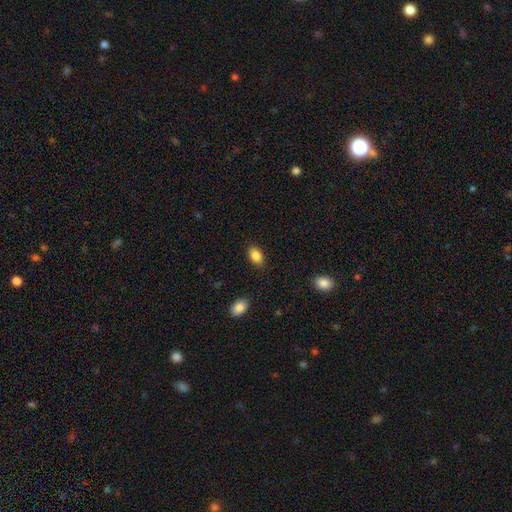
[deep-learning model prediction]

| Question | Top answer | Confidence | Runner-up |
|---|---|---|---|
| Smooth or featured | smooth | 87% | star or artifact (8%) |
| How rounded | in between | 89% | round (9%) |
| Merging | none | 87% | minor disturbance (10%) |